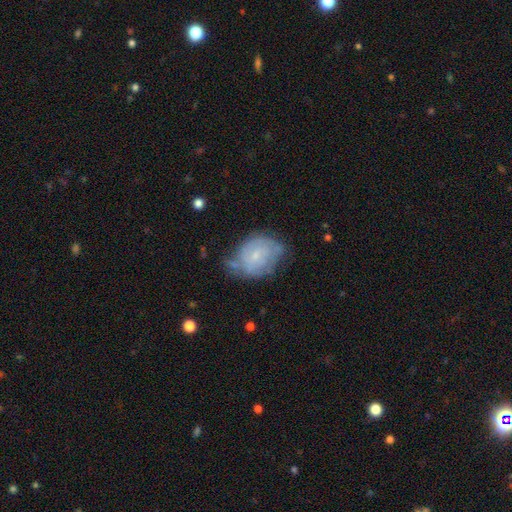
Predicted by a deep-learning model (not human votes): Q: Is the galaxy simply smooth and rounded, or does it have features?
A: featured or disk — 56%.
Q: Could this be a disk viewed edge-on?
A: no — 97%.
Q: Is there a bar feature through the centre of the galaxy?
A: no — 61%.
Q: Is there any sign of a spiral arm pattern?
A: yes — 74%.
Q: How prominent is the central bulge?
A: small — 72%.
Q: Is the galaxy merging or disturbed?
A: none — 49%.